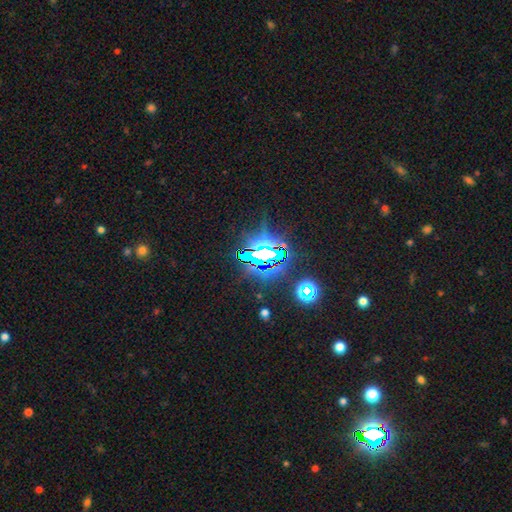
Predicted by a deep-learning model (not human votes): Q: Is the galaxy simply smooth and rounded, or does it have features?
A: star or artifact — 80%.